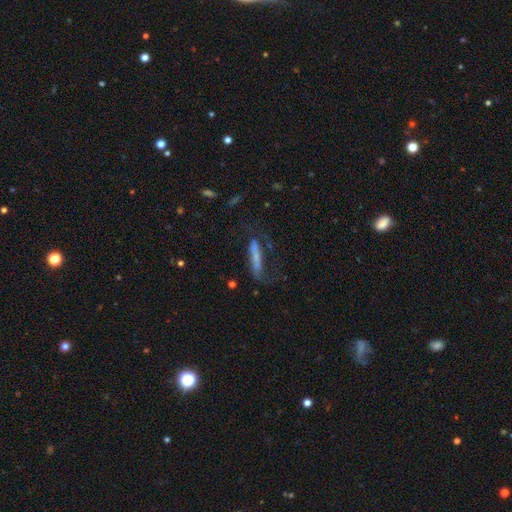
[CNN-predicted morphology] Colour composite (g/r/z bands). It shows a smooth galaxy with no disk features (52%) that is cigar-shaped (84%). Merging: none (42%).